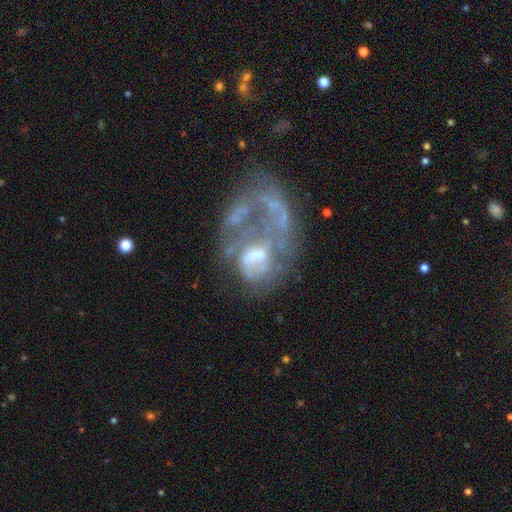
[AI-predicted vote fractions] Smooth or featured?
  - featured or disk: 70% *
  - smooth: 18%
  - star or artifact: 12%
Edge-on disk?
  - no: 98% *
  - yes: 2%
Bar?
  - no: 65% *
  - weak: 28%
  - strong: 7%
Spiral arms?
  - no: 64% *
  - yes: 36%
Bulge size?
  - moderate: 33% *
  - none: 32%
  - small: 30%
  - large: 4%
  - dominant: 2%
Merging?
  - major disturbance: 48% *
  - none: 20%
  - merger: 20%
  - minor disturbance: 12%